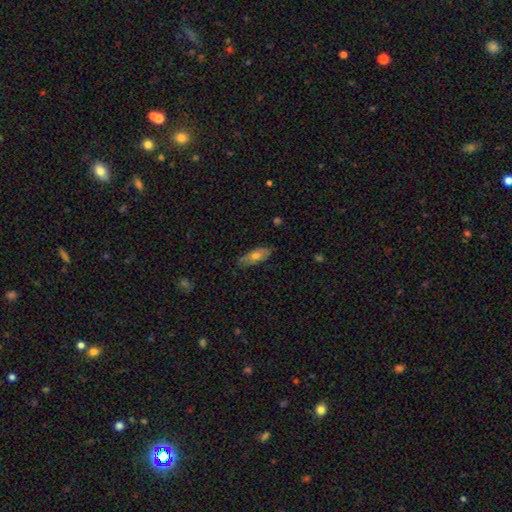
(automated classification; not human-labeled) A smooth galaxy with no disk features (58%) that is in between round and cigar-shaped (73%). Merging: none (79%).